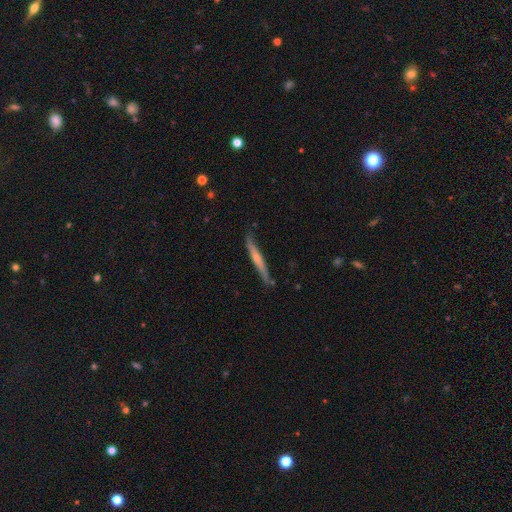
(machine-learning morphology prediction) A featured or disk galaxy (58%) viewed edge-on (95%) with a rounded central bulge (51%). Merging: none (81%).